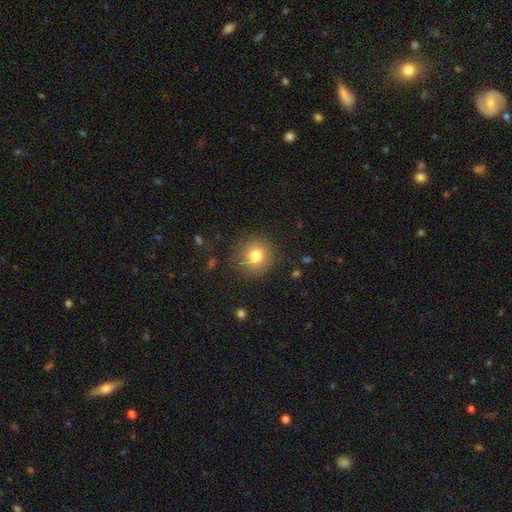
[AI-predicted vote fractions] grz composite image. It shows a smooth galaxy with no disk features (80%) that is round (90%). Merging: none (85%).